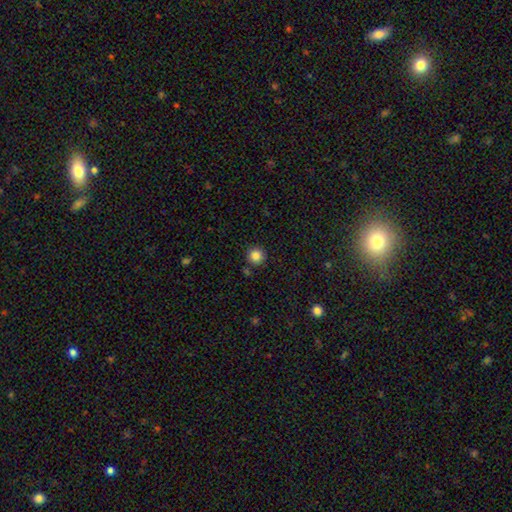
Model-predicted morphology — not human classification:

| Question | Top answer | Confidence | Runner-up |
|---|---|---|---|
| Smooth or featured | smooth | 86% | star or artifact (11%) |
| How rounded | round | 95% | in between (4%) |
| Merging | none | 87% | minor disturbance (7%) |